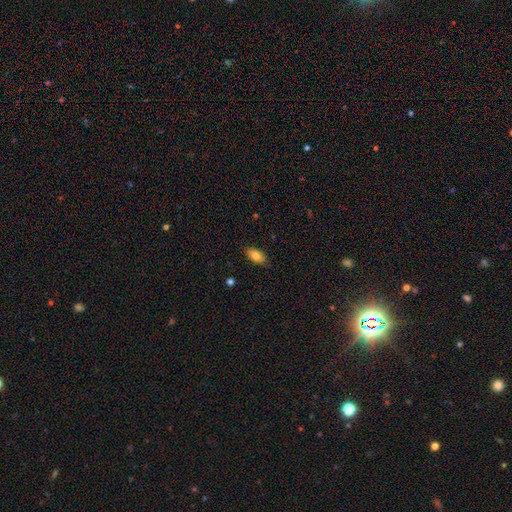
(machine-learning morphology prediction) smooth-or-featured: smooth: 81% | featured or disk: 12% | star or artifact: 7%
  how-rounded: in between: 91% | cigar-shaped: 5% | round: 3%
  merging: none: 86% | minor disturbance: 11% | major disturbance: 2% | merger: 1%